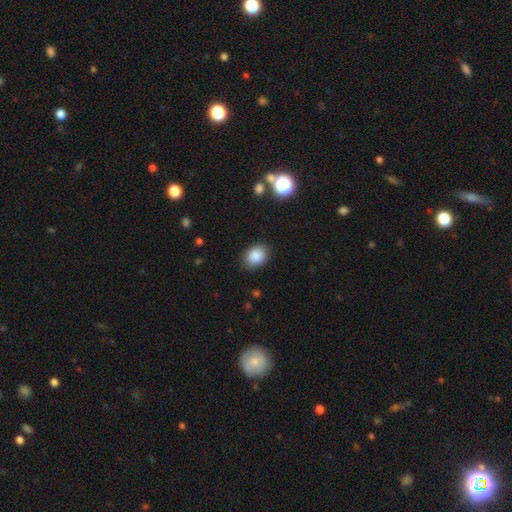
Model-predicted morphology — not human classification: Smooth or featured? smooth (87%)
How rounded? in between (67%)
Merging? none (85%)